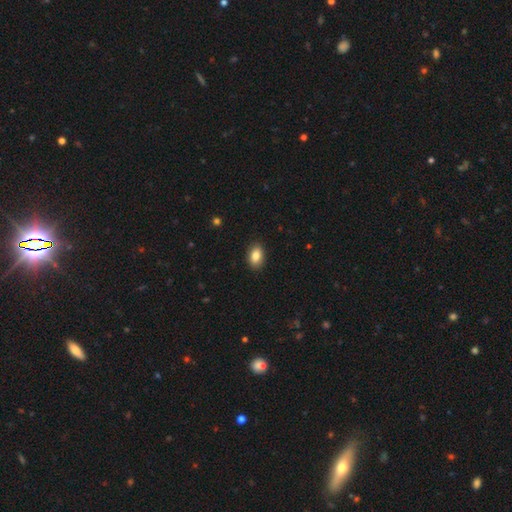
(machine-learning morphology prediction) type=smooth (85%); roundness=in between (88%); merging=none (89%).